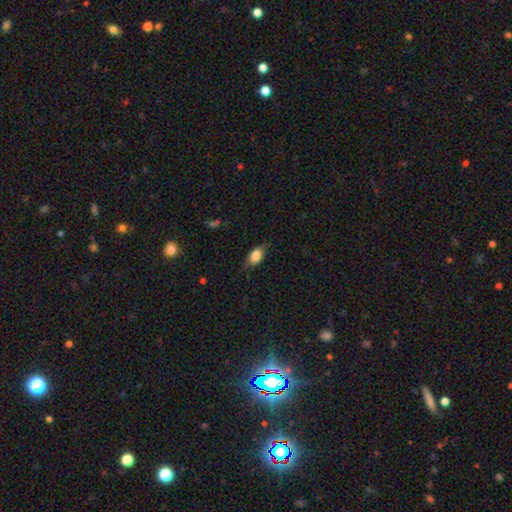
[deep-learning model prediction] Morphology: type=smooth (78%); roundness=in between (85%); merging=none (70%).